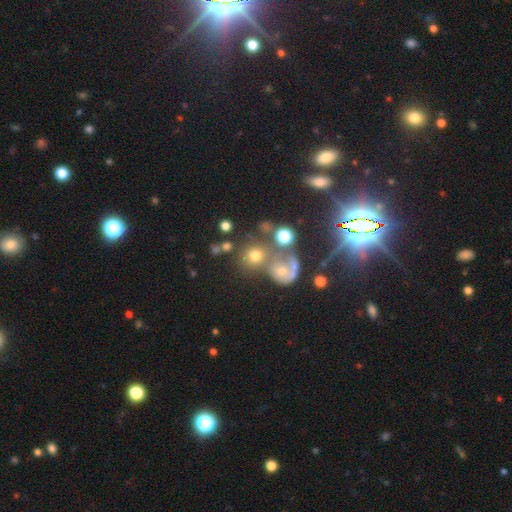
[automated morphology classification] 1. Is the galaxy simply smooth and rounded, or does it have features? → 59% smooth, 24% star or artifact, 17% featured or disk.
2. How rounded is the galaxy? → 82% round, 16% in between, 1% cigar-shaped.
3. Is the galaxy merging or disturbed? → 46% none, 34% merger, 10% minor disturbance, 10% major disturbance.